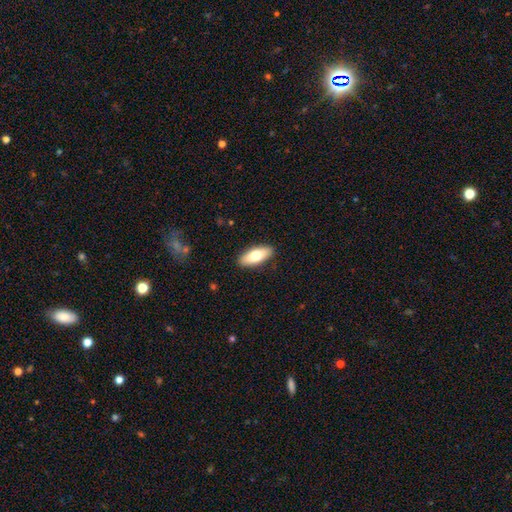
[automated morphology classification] Smooth or featured? Predicted: smooth (p=0.72). How rounded? Predicted: in between (p=0.79). Merging? Predicted: none (p=0.89).